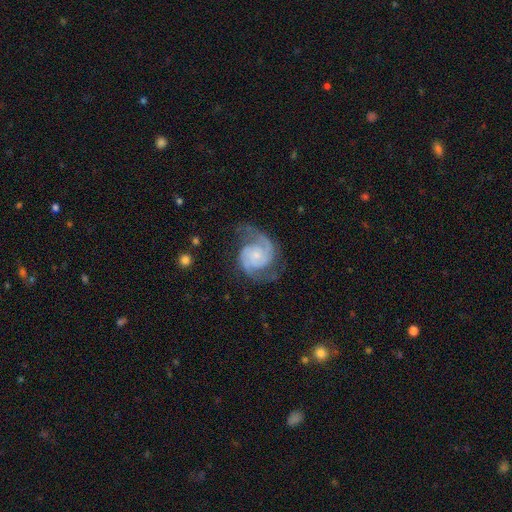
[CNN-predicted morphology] Overall: featured or disk (91%). Edge-on disk: no (98%). Bar: no (71%). Spiral arms: yes (98%). Spiral arm count: 2 (88%). Spiral winding: medium (53%; tight 34%). Bulge size: small (64%). Merging: none (72%).